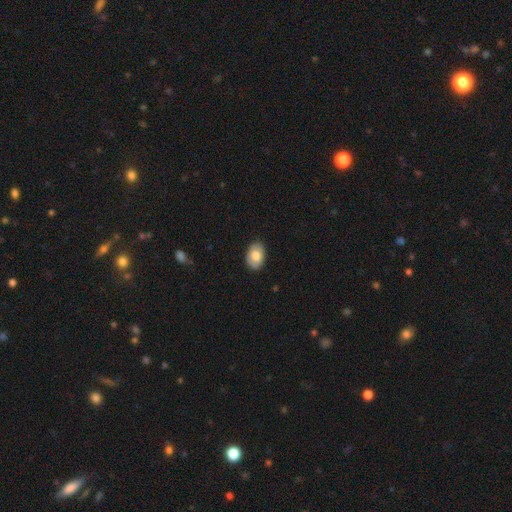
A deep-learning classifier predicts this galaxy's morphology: Q: Smooth or featured?
A: smooth (74%); runner-up: featured or disk (20%)
Q: How rounded?
A: in between (87%); runner-up: round (12%)
Q: Merging?
A: none (85%); runner-up: minor disturbance (12%)